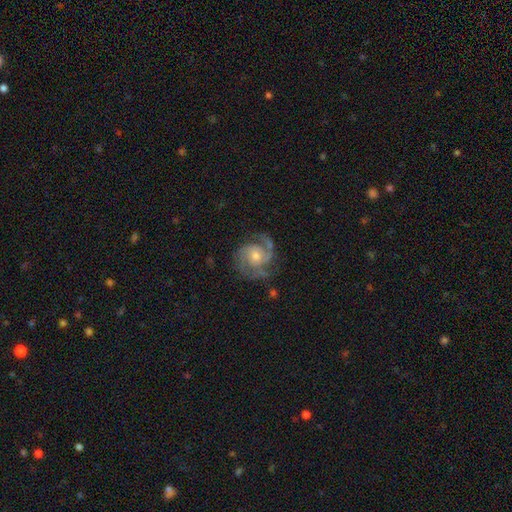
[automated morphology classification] A featured or disk galaxy (88%) with no bar (69%), 2 (58%) medium (47%) spiral arms (97%) and a moderate central bulge (52%). Merging: none (71%).